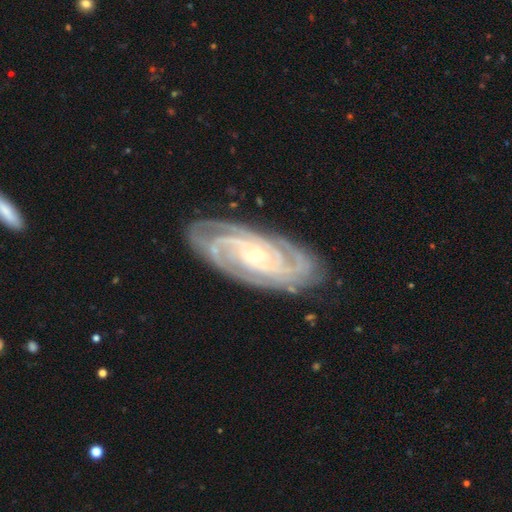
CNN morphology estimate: Overall: featured or disk (92%). Edge-on disk: no (95%). Bar: no (57%; weak 29%). Spiral arms: yes (99%). Spiral arm count: 3 (29%; 4 24%). Spiral winding: tight (77%). Bulge size: small (73%). Merging: none (83%).